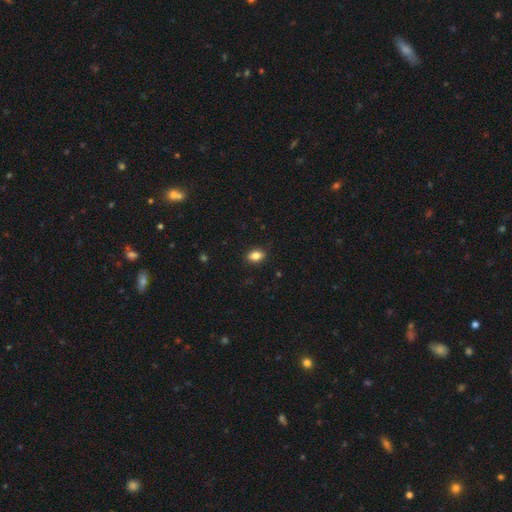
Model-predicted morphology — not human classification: This appears to be a smooth galaxy with no disk features (83%) that is in between round and cigar-shaped (80%). Merging: none (87%).